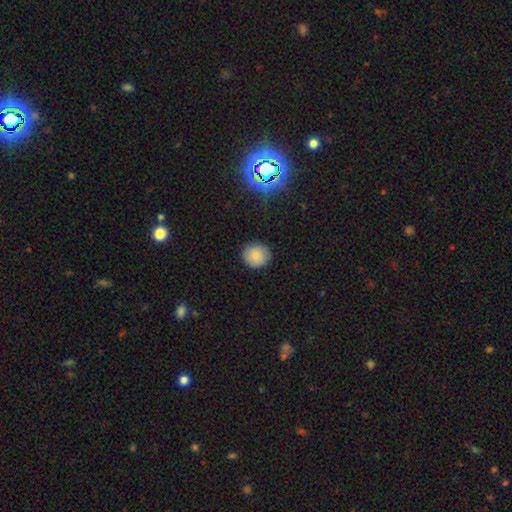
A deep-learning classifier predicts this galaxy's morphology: type=smooth (82%); roundness=round (86%); merging=none (89%).